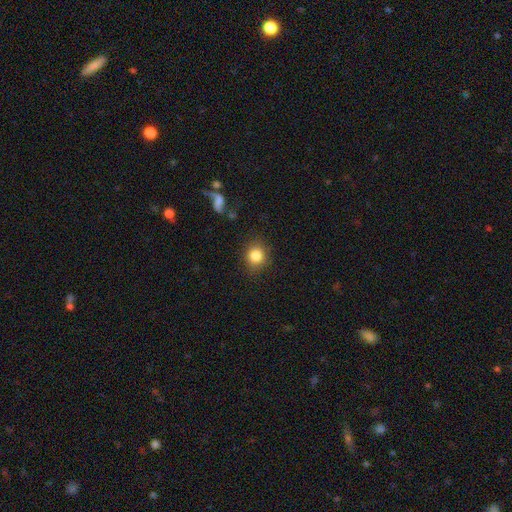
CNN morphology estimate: Overall: smooth (84%). How rounded: round (84%). Merging: none (85%).